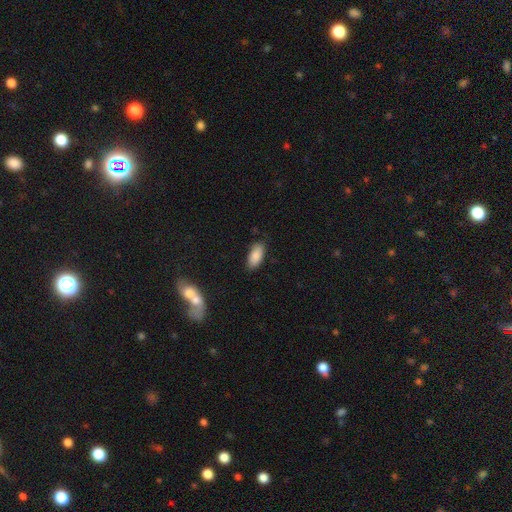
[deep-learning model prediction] Smooth or featured? smooth (87%)
How rounded? in between (90%)
Merging? none (83%)